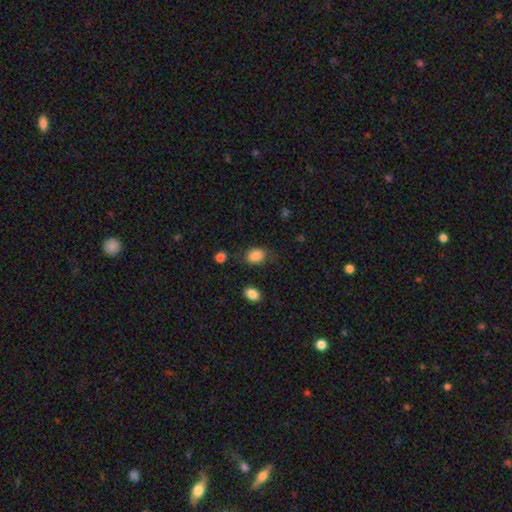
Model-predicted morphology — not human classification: A smooth galaxy with no disk features (85%) that is in between round and cigar-shaped (65%).

Vote fractions:
- Smooth or featured? smooth: 85% / star or artifact: 9% / featured or disk: 6%
- How rounded? in between: 65% / round: 34% / cigar-shaped: 1%
- Merging? none: 72% / minor disturbance: 19% / major disturbance: 6% / merger: 3%